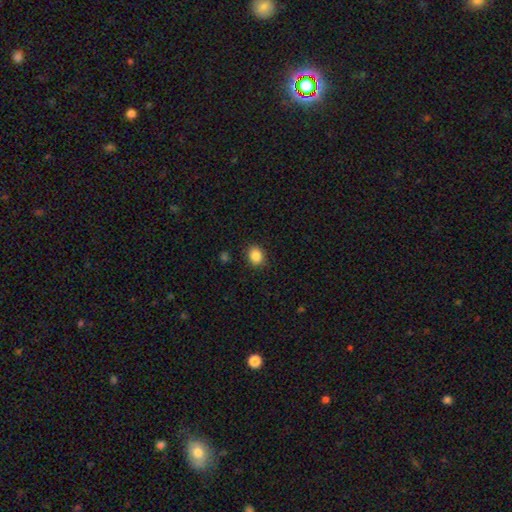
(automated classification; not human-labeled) This appears to be a smooth galaxy with no disk features (87%) that is round (58%). Merging: none (88%).